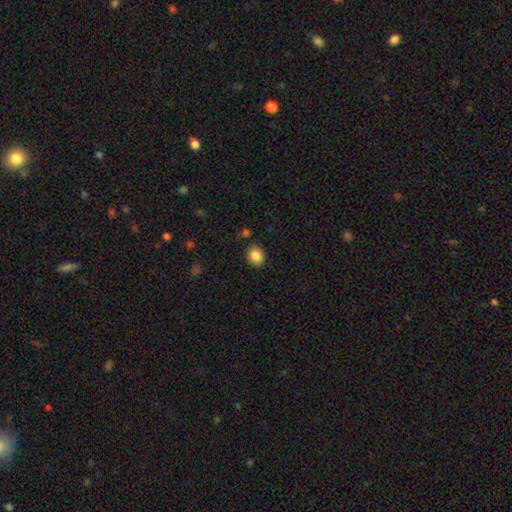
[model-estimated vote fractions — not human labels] A smooth galaxy with no disk features (85%) that is round (71%). Merging: none (88%).